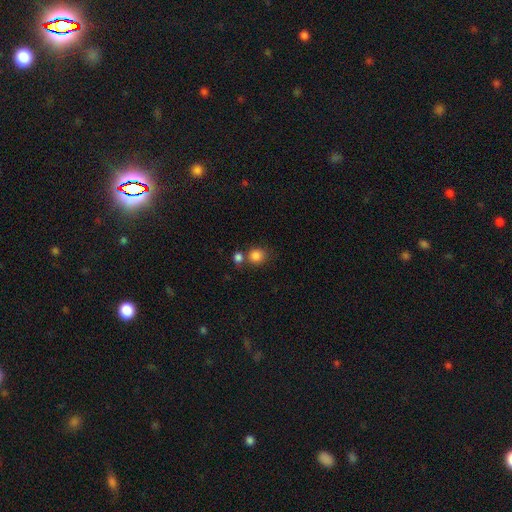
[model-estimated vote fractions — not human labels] Smooth or featured?
  - smooth: 84% *
  - star or artifact: 11%
  - featured or disk: 5%
How rounded?
  - round: 83% *
  - in between: 16%
  - cigar-shaped: 1%
Merging?
  - none: 59% *
  - merger: 27%
  - minor disturbance: 10%
  - major disturbance: 4%